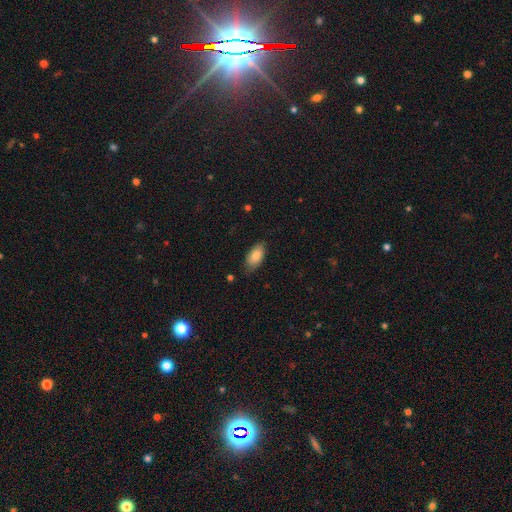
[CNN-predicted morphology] Smooth or featured? smooth (81%)
How rounded? in between (92%)
Merging? none (72%)